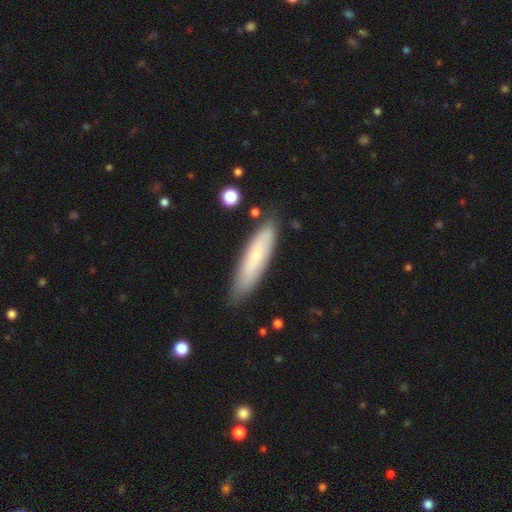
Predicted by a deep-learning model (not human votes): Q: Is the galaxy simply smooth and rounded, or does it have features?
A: smooth — 63%.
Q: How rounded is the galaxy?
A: cigar-shaped — 74%.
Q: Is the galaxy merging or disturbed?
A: none — 82%.